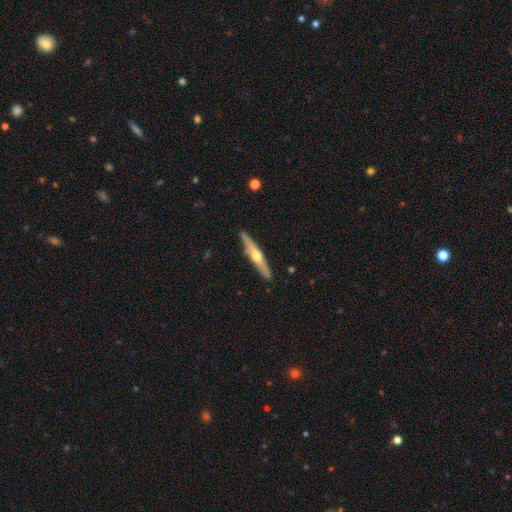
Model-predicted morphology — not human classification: Smooth or featured? Predicted: featured or disk (p=0.69). Edge-on disk? Predicted: yes (p=0.96). Edge-on bulge? Predicted: rounded (p=0.92). Merging? Predicted: none (p=0.90).